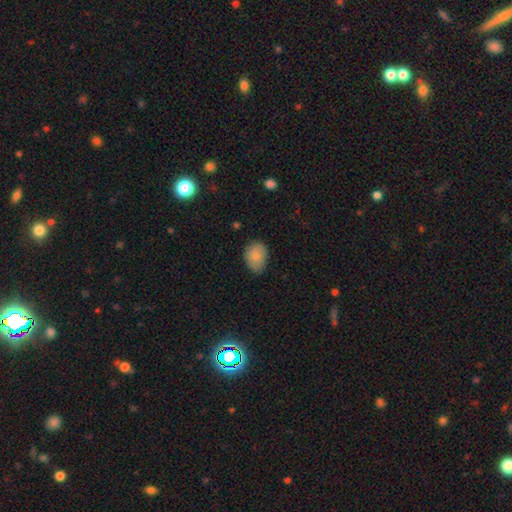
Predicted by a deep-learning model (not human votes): smooth_or_featured: smooth (p=0.85) [alt: featured or disk p=0.08]
how_rounded: in between (p=0.69) [alt: round p=0.31]
merging: none (p=0.74) [alt: minor disturbance p=0.22]